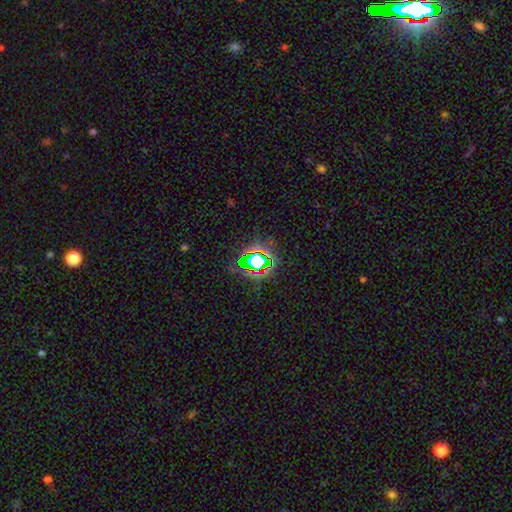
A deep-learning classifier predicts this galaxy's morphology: Overall: star or artifact (66%).